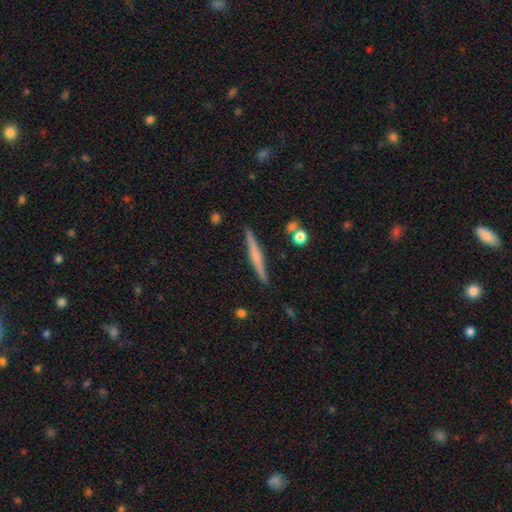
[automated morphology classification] Smooth or featured? featured or disk (61%)
Edge-on disk? yes (98%)
Edge-on bulge? rounded (58%)
Merging? none (91%)